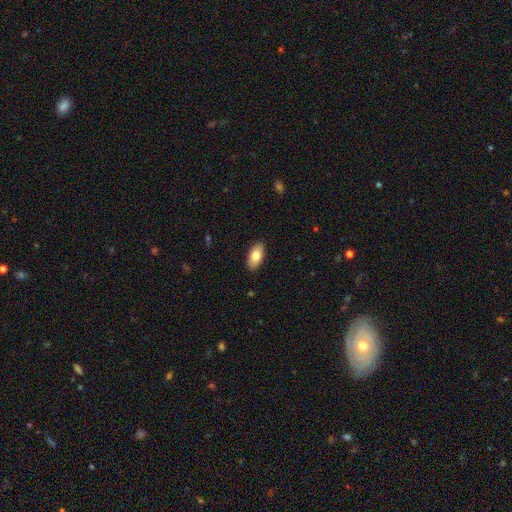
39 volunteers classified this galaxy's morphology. Q: Smooth or featured?
A: smooth (82%); runner-up: featured or disk (13%)
Q: How rounded?
A: in between (91%); runner-up: cigar-shaped (6%)
Q: Merging?
A: none (89%); runner-up: minor disturbance (8%)